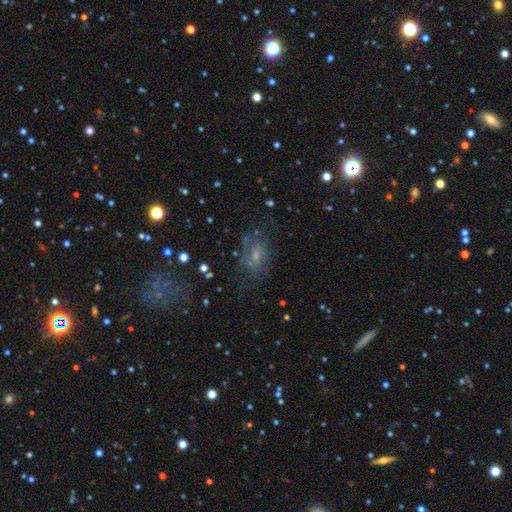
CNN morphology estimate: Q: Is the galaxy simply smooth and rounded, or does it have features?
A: featured or disk — 57%.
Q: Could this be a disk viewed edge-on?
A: no — 95%.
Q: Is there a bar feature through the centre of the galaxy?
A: no — 48%.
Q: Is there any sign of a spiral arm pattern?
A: yes — 71%.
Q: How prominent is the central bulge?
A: small — 48%.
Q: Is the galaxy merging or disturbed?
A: none — 57%.